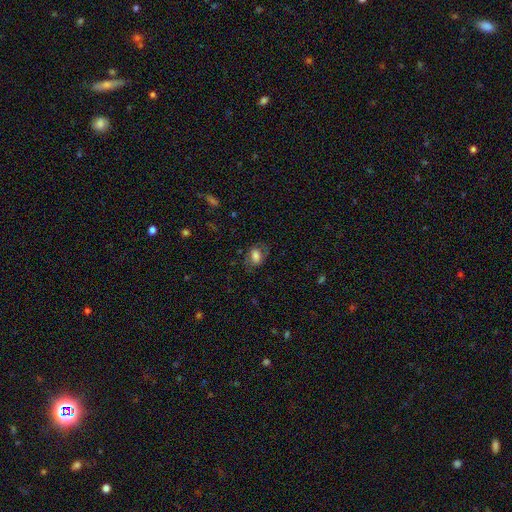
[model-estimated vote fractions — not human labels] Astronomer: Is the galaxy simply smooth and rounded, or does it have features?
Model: smooth — 65%.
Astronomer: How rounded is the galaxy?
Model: in between — 81%.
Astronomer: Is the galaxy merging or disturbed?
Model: none — 66%.